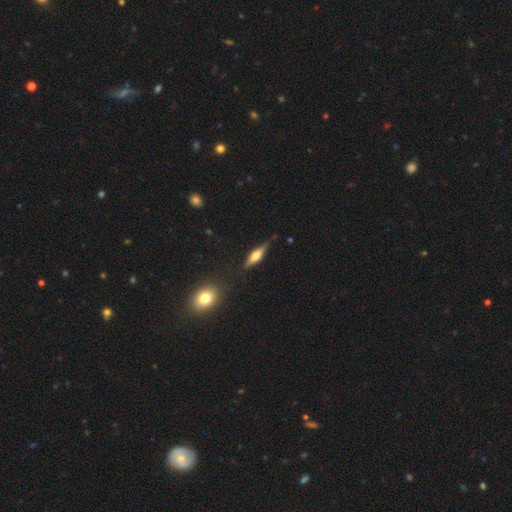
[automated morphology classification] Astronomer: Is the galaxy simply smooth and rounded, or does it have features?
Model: featured or disk — 56% (runner-up: smooth, 37%).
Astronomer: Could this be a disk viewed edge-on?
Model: yes — 94%.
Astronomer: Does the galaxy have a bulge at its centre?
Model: rounded — 88%.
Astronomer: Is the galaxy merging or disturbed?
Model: none — 82%.